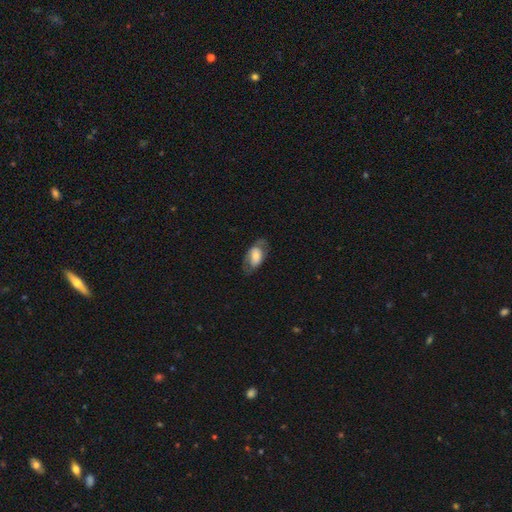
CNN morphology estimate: The model was most divided on "smooth or featured": smooth: 56%, featured or disk: 38%, star or artifact: 7%. More confident: how rounded — in between (89%); merging — none (63%).